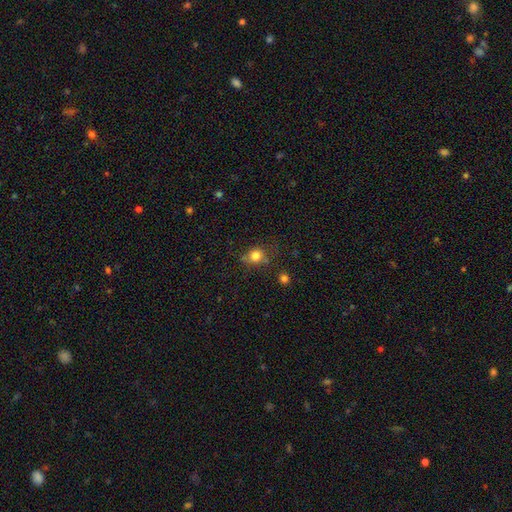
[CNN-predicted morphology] smooth 79%, star or artifact 12%, featured or disk 8%. Down the decision tree: how rounded — round (71%); merging — none (62%).